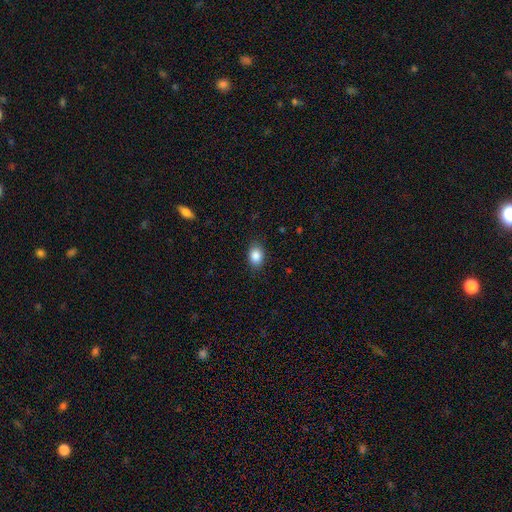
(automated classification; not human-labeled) Smooth or featured? Predicted: smooth (p=0.87). How rounded? Predicted: in between (p=0.74). Merging? Predicted: none (p=0.86).